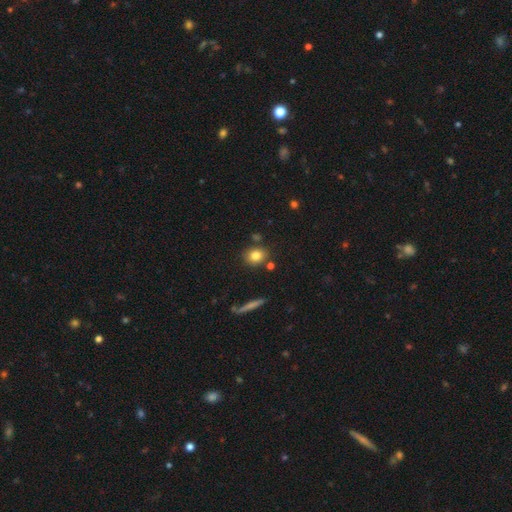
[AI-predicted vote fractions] Smooth or featured: smooth — 80% (star or artifact — 10%)
How rounded: round — 65% (in between — 32%)
Merging: none — 79% (minor disturbance — 10%)